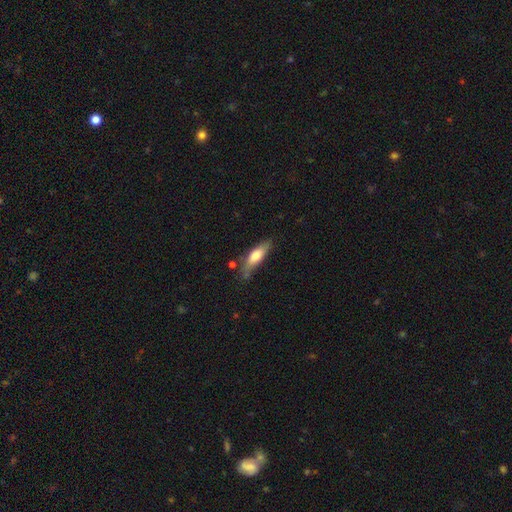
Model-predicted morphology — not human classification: smooth-or-featured: smooth: 67% | featured or disk: 27% | star or artifact: 6%
  how-rounded: cigar-shaped: 50% | in between: 47% | round: 2%
  merging: none: 66% | minor disturbance: 23% | major disturbance: 5% | merger: 5%